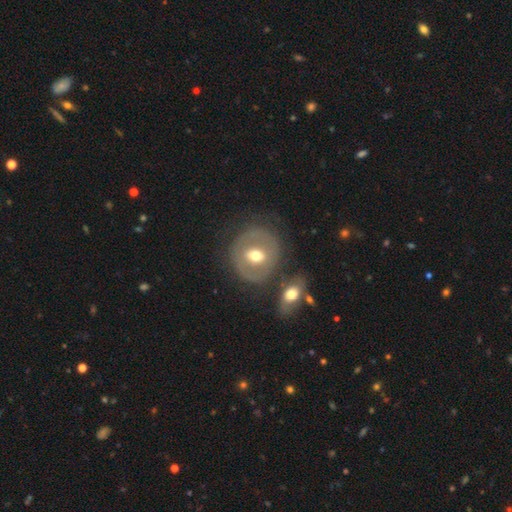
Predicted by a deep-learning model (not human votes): This is possibly a featured or disk galaxy (53%). It is clearly not viewed edge-on (94%). Merging: likely none (65%).